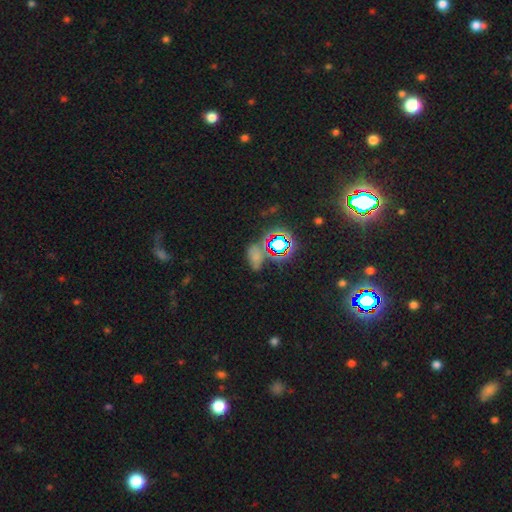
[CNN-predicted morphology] A star or artifact, not a galaxy (44%, tied with smooth).